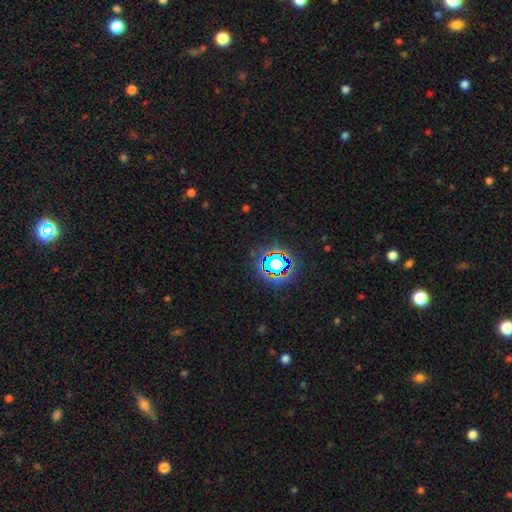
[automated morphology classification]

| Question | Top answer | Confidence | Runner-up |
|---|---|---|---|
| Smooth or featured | star or artifact | 77% | smooth (15%) |